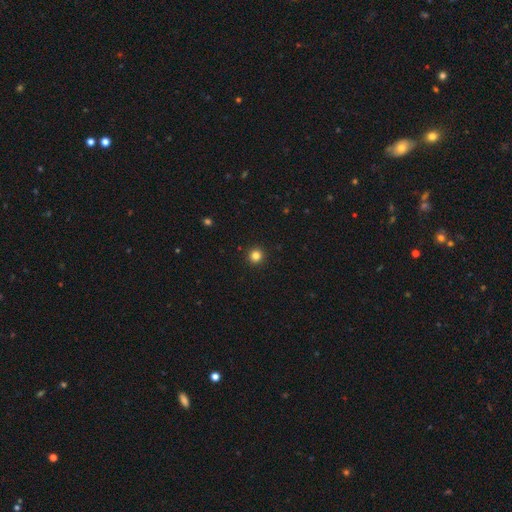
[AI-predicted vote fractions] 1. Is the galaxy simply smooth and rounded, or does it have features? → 83% smooth, 13% star or artifact, 4% featured or disk.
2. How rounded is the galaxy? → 95% round, 4% in between, 1% cigar-shaped.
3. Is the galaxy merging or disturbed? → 94% none, 4% minor disturbance, 1% major disturbance, 1% merger.